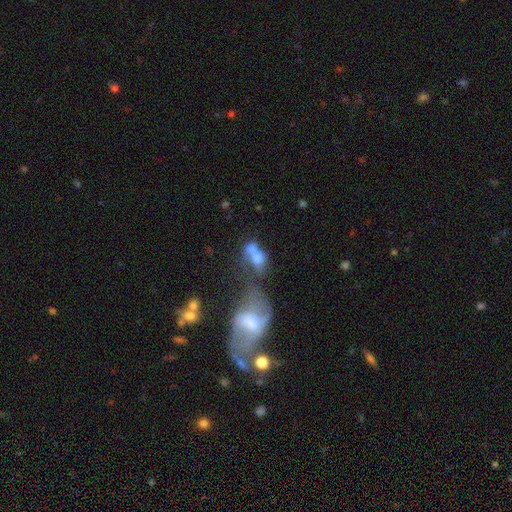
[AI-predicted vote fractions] Smooth or featured? Predicted: smooth (p=0.58). How rounded? Predicted: in between (p=0.74). Merging? Predicted: merger (p=0.65).